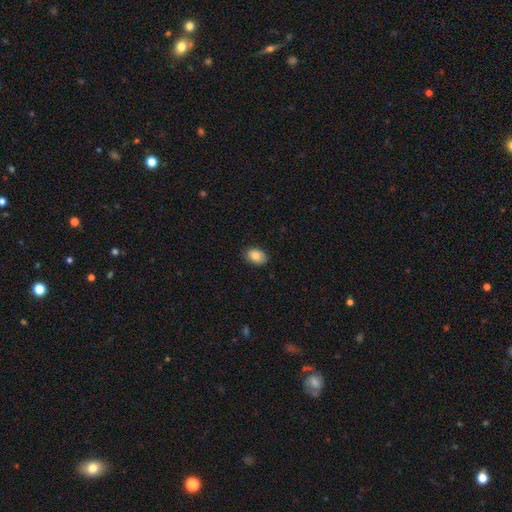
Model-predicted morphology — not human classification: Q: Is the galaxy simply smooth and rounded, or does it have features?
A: smooth — 84%.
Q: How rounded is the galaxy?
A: in between — 82%.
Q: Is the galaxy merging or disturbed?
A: none — 83%.